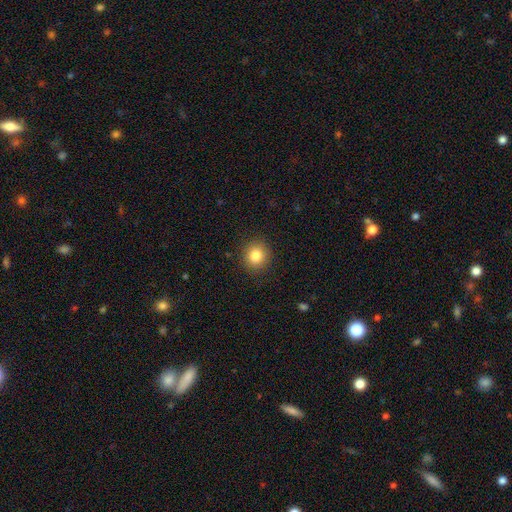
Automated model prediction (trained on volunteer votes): This is clearly a smooth galaxy (84%). How rounded: clearly round (86%). Merging: clearly none (90%).